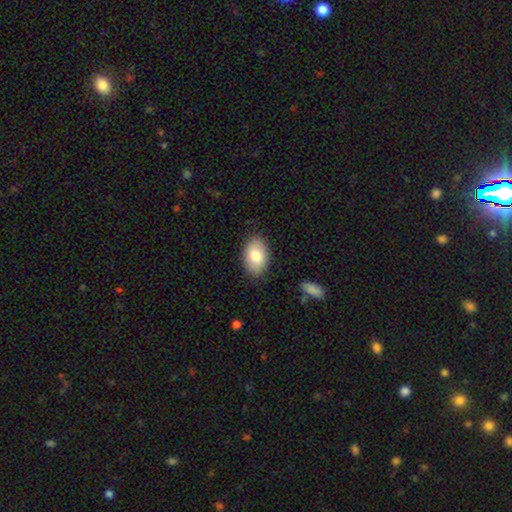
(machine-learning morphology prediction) Smooth or featured?
  - smooth: 81% *
  - featured or disk: 12%
  - star or artifact: 6%
How rounded?
  - in between: 90% *
  - round: 9%
  - cigar-shaped: 1%
Merging?
  - none: 86% *
  - minor disturbance: 11%
  - major disturbance: 2%
  - merger: 1%